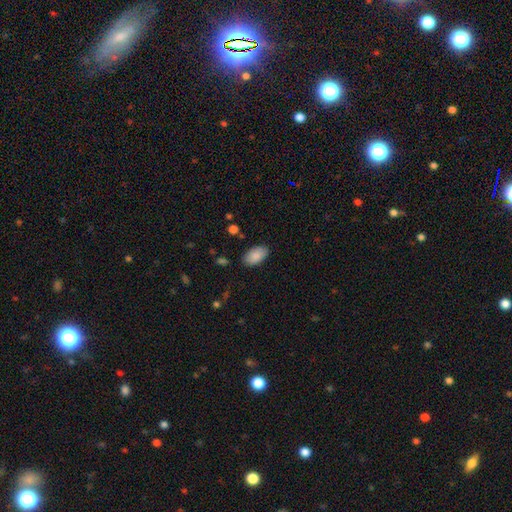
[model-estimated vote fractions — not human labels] Overall: smooth (89%). How rounded: in between (95%). Merging: none (86%).